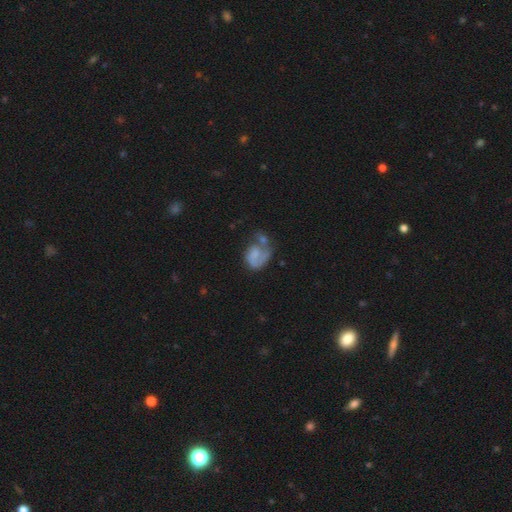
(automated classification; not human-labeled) smooth_or_featured: featured or disk (p=0.55) [alt: smooth p=0.37]
disk_edge_on: no (p=0.98) [alt: yes p=0.02]
bar: no (p=0.70) [alt: weak p=0.25]
has_spiral_arms: yes (p=0.74) [alt: no p=0.26]
bulge_size: none (p=0.45) [alt: small p=0.26]
merging: major disturbance (p=0.31) [alt: none p=0.29]